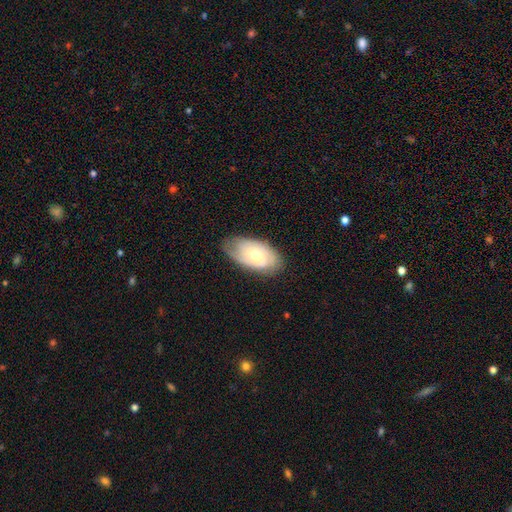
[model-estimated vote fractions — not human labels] Smooth or featured? Predicted: featured or disk (p=0.68). Edge-on disk? Predicted: no (p=0.94). Bar? Predicted: no (p=0.63). Spiral arms? Predicted: yes (p=0.88). Spiral winding? Predicted: tight (p=0.62). Spiral arm count? Predicted: 2 (p=0.41). Bulge size? Predicted: moderate (p=0.58). Merging? Predicted: none (p=0.75).